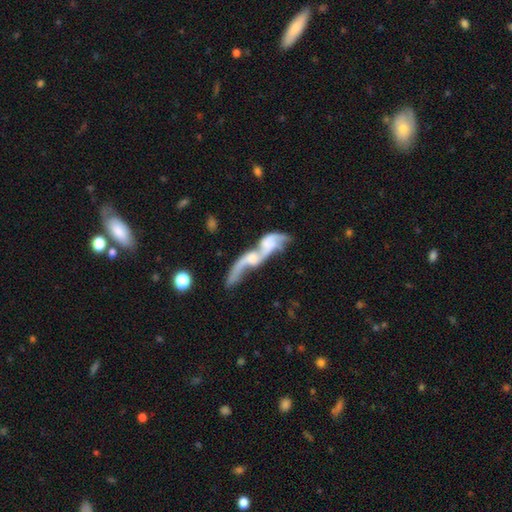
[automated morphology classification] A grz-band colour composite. It shows a featured or disk galaxy (62%). Merging: merger (65%).